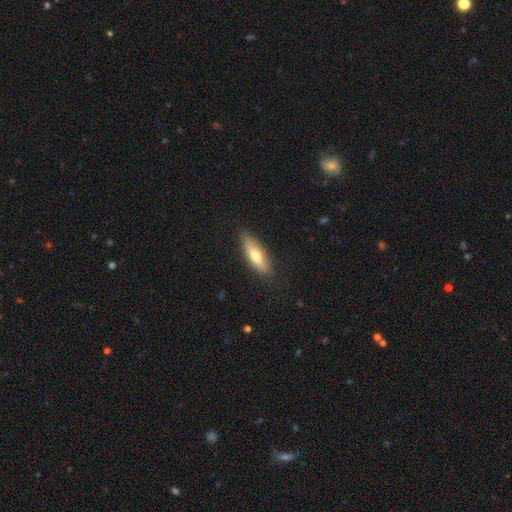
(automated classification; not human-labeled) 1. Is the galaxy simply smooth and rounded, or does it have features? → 65% smooth, 29% featured or disk, 6% star or artifact.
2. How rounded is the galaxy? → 50% in between, 47% cigar-shaped, 2% round.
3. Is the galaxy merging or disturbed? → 84% none, 12% minor disturbance, 2% major disturbance, 1% merger.